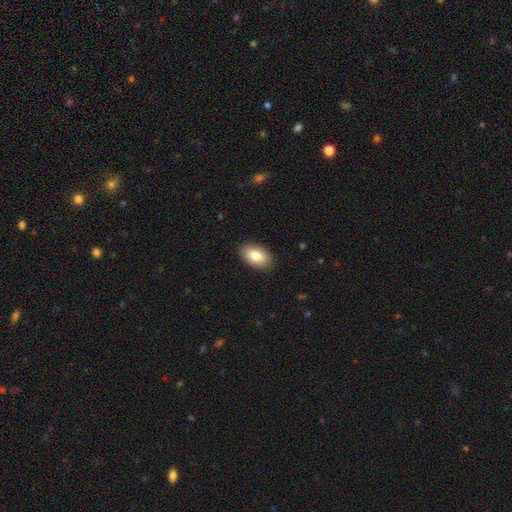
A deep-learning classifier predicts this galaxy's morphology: smooth 84%, featured or disk 10%, star or artifact 7%. Down the decision tree: how rounded — in between (93%); merging — none (89%).